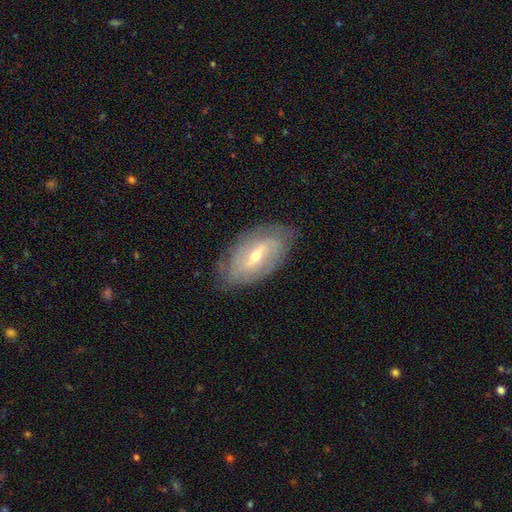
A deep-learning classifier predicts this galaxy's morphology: type=featured or disk (76%); edge-on=no (90%); bar=weak (48%); spiral arms=yes (81%); winding=tight (49%); arm count=2 (46%); bulge=small (49%); merging=none (77%).